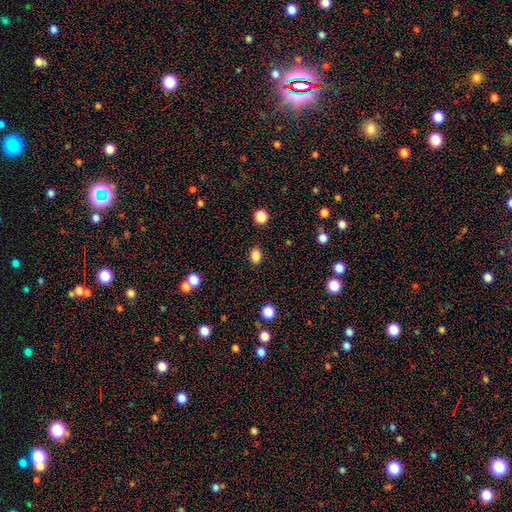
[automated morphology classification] Q: Smooth or featured?
A: smooth (85%); runner-up: star or artifact (11%)
Q: How rounded?
A: in between (68%); runner-up: round (31%)
Q: Merging?
A: none (87%); runner-up: minor disturbance (9%)